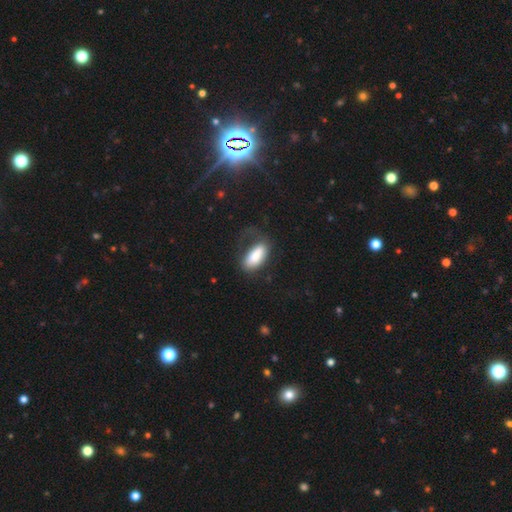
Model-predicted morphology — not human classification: The model was most divided on "merging": none: 40%, major disturbance: 32%, minor disturbance: 25%, merger: 3%. More confident: how rounded — in between (86%); smooth or featured — smooth (82%).